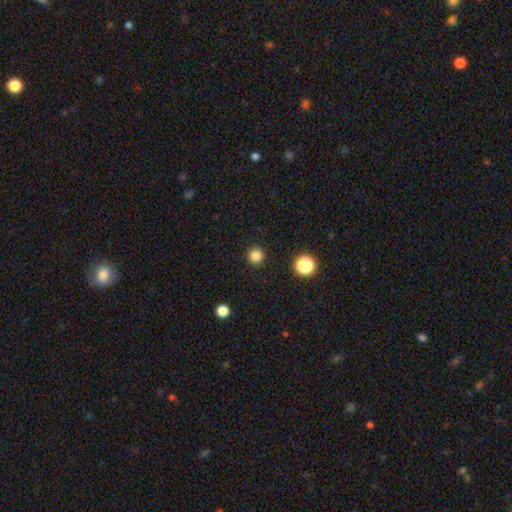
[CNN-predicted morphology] Smooth or featured? smooth (83%)
How rounded? round (95%)
Merging? none (92%)